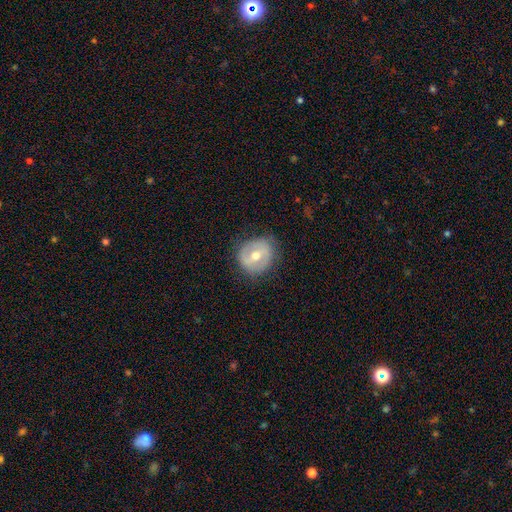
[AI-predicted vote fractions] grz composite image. It shows a featured or disk galaxy (54%) with a weak bar (44%), no spiral arms (61%) and a moderate central bulge (75%). Merging: none (79%).